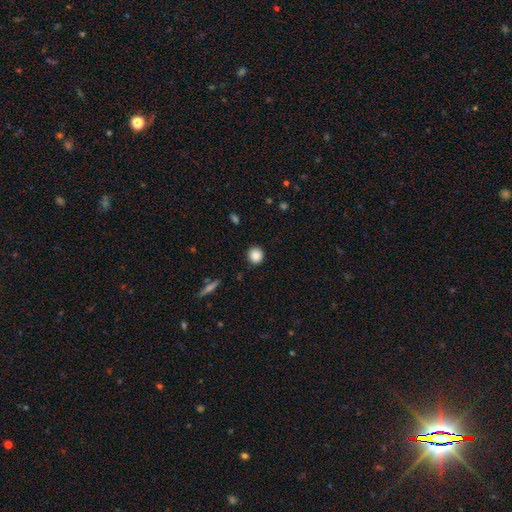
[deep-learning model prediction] A smooth galaxy with no disk features (87%) that is round (91%). Merging: none (91%).